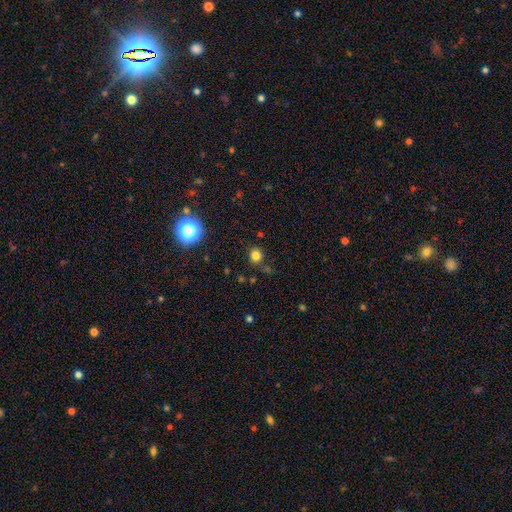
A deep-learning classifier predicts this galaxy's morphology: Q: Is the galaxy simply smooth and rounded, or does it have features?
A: smooth — 77%.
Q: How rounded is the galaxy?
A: round — 86%.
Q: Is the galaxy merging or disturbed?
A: none — 80%.